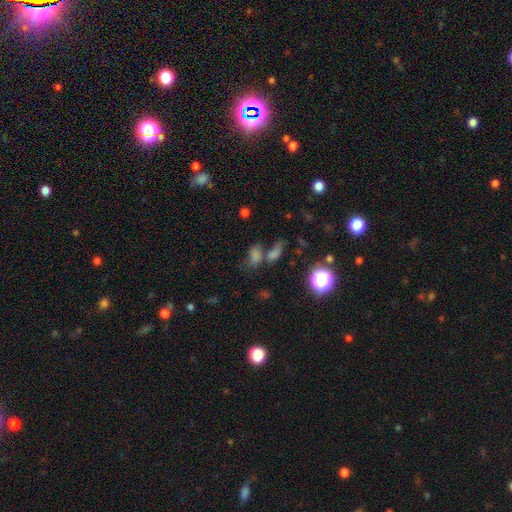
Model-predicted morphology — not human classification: A smooth galaxy with no disk features (60%) that is in between round and cigar-shaped (72%).

Vote fractions:
- Smooth or featured? smooth: 60% / star or artifact: 29% / featured or disk: 11%
- How rounded? in between: 72% / round: 21% / cigar-shaped: 7%
- Merging? none: 42% / merger: 38% / minor disturbance: 12% / major disturbance: 8%